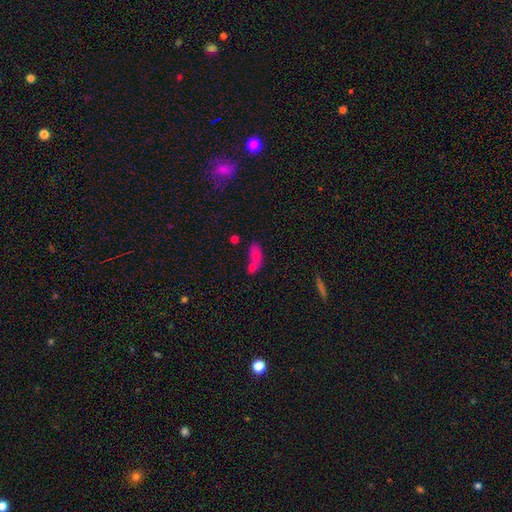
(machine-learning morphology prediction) This appears to be a smooth galaxy with no disk features (71%) that is in between round and cigar-shaped (81%). Merging: merger (60%).